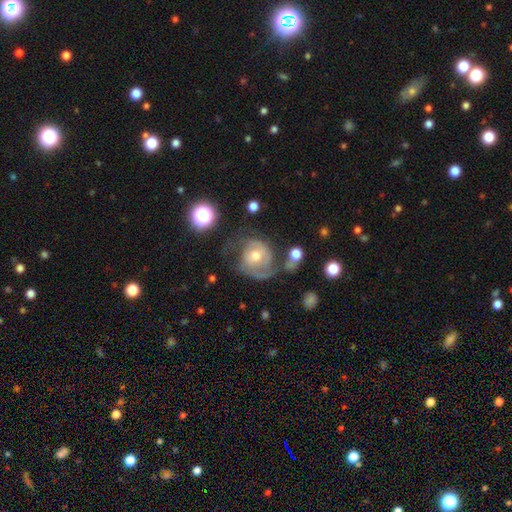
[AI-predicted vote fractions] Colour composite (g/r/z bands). It shows a featured or disk galaxy (73%) with no bar (62%), 2 (53%) tight (41%, tied with medium) spiral arms (85%) and a moderate central bulge (65%). Merging: none (45%).